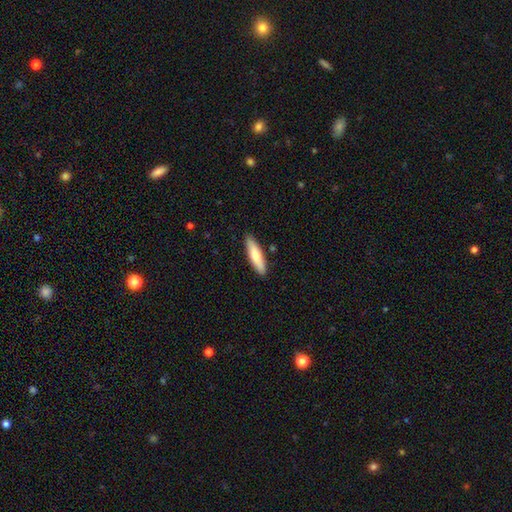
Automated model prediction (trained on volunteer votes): A smooth galaxy with no disk features (72%) that is cigar-shaped (69%).

Vote fractions:
- Smooth or featured? smooth: 72% / featured or disk: 23% / star or artifact: 5%
- How rounded? cigar-shaped: 69% / in between: 30% / round: 2%
- Merging? none: 88% / minor disturbance: 9% / merger: 2% / major disturbance: 2%